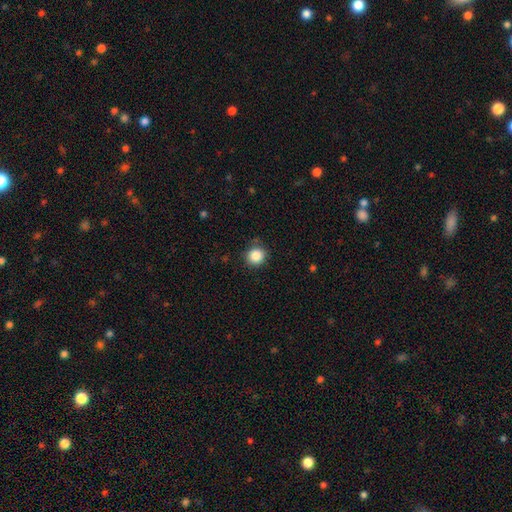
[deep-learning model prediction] smooth_or_featured: smooth (p=0.86) [alt: star or artifact p=0.10]
how_rounded: round (p=0.92) [alt: in between p=0.07]
merging: none (p=0.85) [alt: minor disturbance p=0.10]